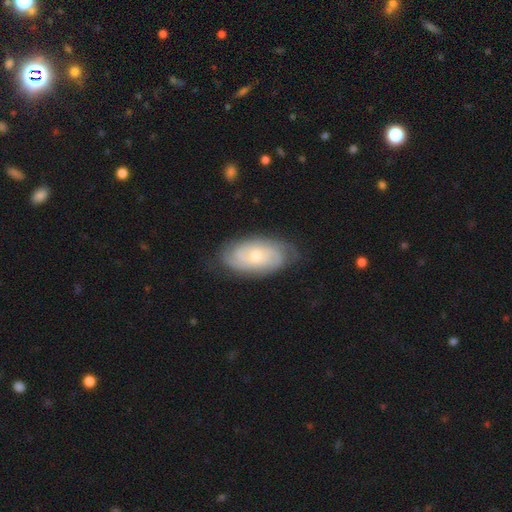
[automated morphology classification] A featured or disk galaxy (74%) with no bar (74%), tight (67%) spiral arms (93%) and a small central bulge (56%).

Vote fractions:
- Smooth or featured? featured or disk: 74% / smooth: 20% / star or artifact: 6%
- Edge-on disk? no: 94% / yes: 6%
- Bar? no: 74% / weak: 22% / strong: 4%
- Spiral arms? yes: 93% / no: 7%
- Spiral winding? tight: 67% / medium: 26% / loose: 7%
- Spiral arm count? can't tell: 38% / 2: 27% / 3: 18% / 4: 9% / more than 4: 4% / 1: 4%
- Bulge size? small: 56% / moderate: 40% / large: 2% / none: 1% / dominant: 1%
- Merging? none: 79% / minor disturbance: 16% / major disturbance: 4% / merger: 1%